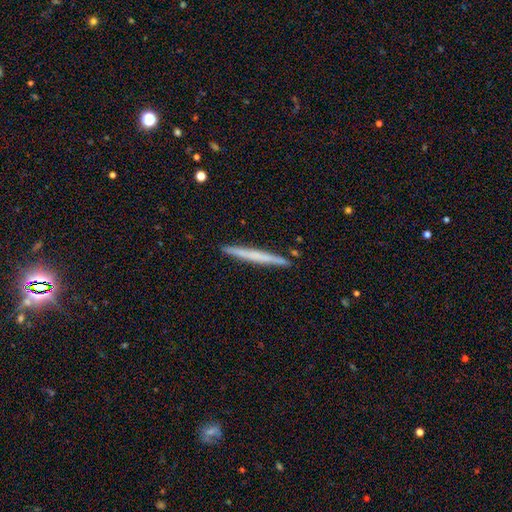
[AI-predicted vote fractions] smooth 50%, featured or disk 45%, star or artifact 6%. Down the decision tree: merging — none (91%).